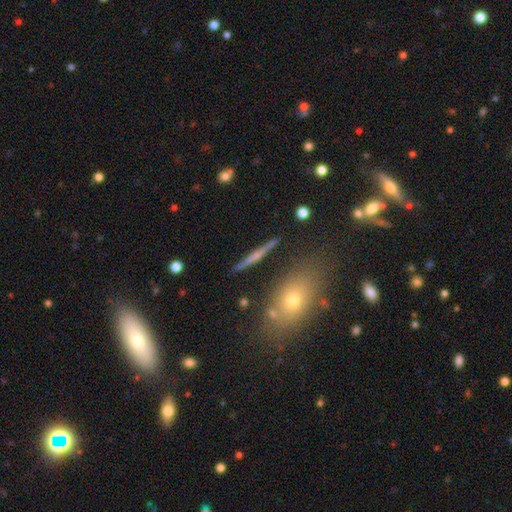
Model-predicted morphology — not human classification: A featured or disk galaxy (58%) viewed edge-on (94%) with a rounded central bulge (54%). Merging: none (87%).